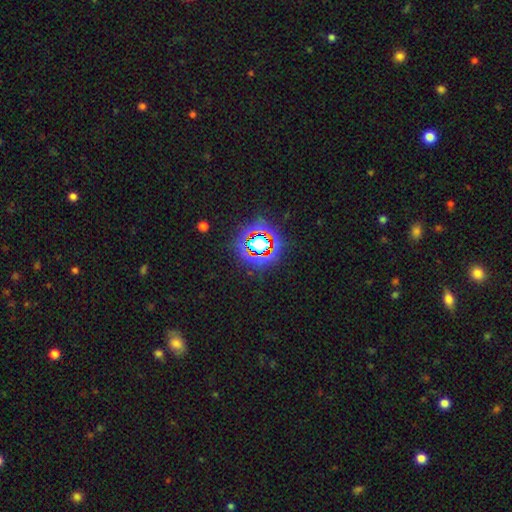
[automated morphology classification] smooth-or-featured: star or artifact: 79% | smooth: 12% | featured or disk: 9%